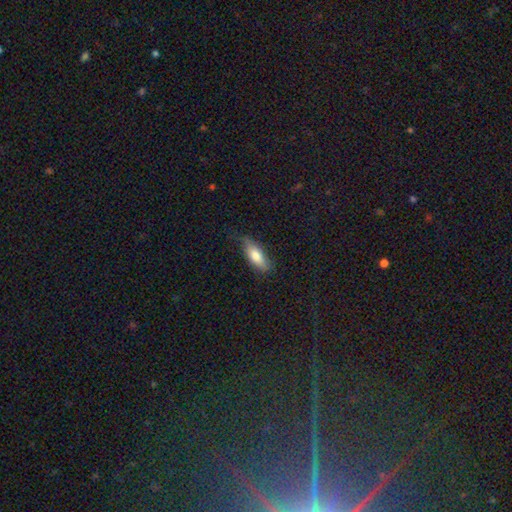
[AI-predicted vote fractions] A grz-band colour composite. It shows a smooth galaxy with no disk features (77%) that is in between round and cigar-shaped (67%). Merging: none (69%).